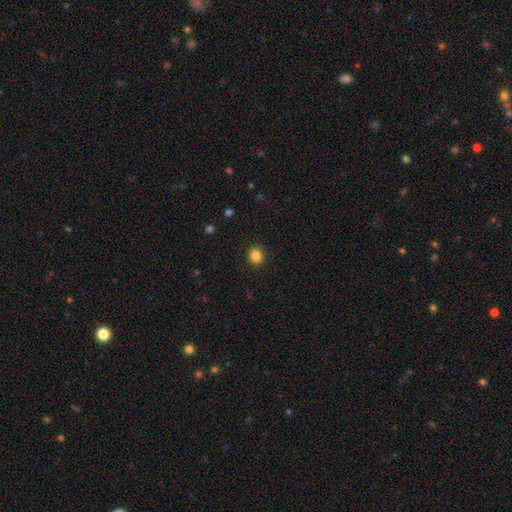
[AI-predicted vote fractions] smooth_or_featured: smooth (p=0.85) [alt: star or artifact p=0.11]
how_rounded: round (p=0.77) [alt: in between p=0.23]
merging: none (p=0.91) [alt: minor disturbance p=0.06]